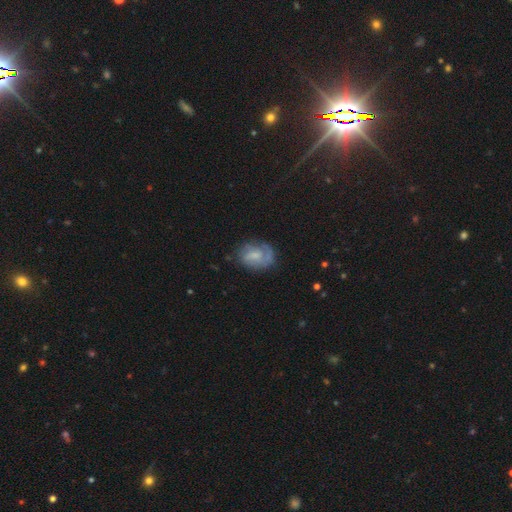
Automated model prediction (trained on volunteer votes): Morphology: type=featured or disk (58%); edge-on=no (97%); bar=no (48%); spiral arms=yes (81%); bulge=small (47%); merging=none (61%).